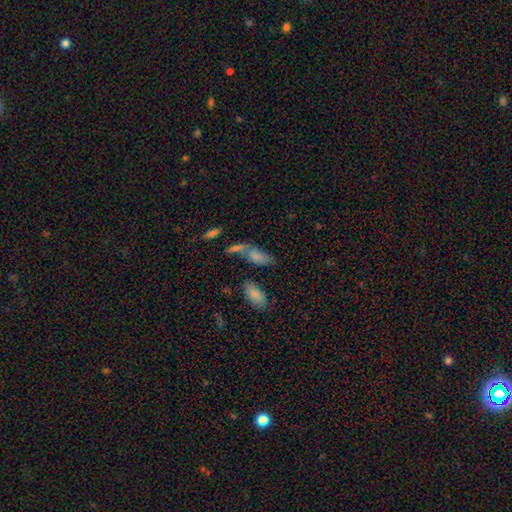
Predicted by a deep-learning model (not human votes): Overall: smooth (71%). How rounded: in between (79%). Merging: none (41%; merger 33%).